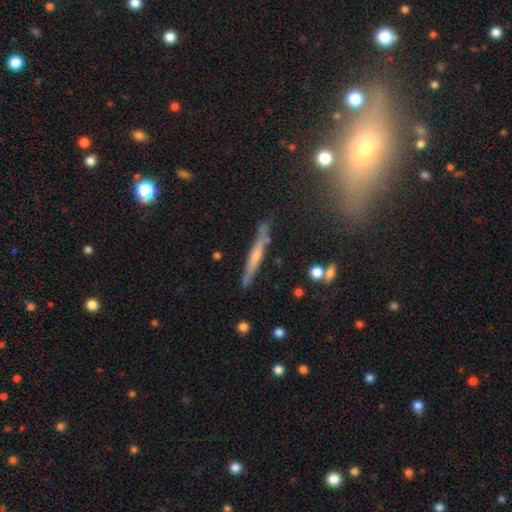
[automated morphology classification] This appears to be a featured or disk galaxy (51%) viewed edge-on (93%). Merging: none (80%).